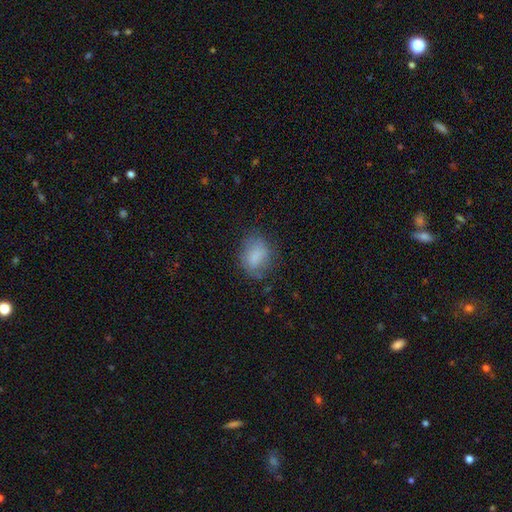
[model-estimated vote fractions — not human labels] The model was most divided on "how rounded": in between: 68%, round: 31%, cigar-shaped: 1%. More confident: smooth or featured — smooth (79%); merging — none (66%).